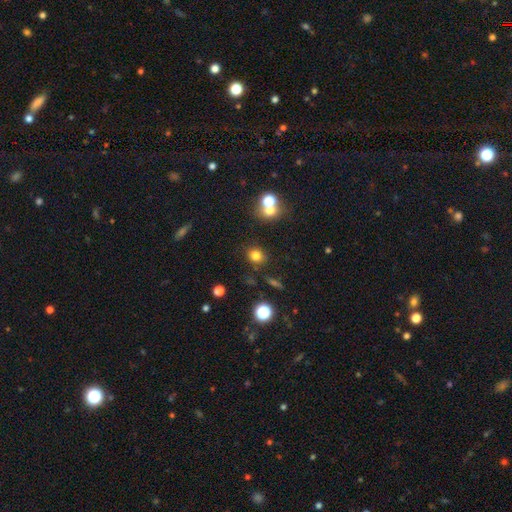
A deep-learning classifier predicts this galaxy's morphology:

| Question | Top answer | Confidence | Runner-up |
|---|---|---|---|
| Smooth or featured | smooth | 77% | star or artifact (16%) |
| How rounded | round | 76% | in between (23%) |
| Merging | none | 80% | minor disturbance (10%) |